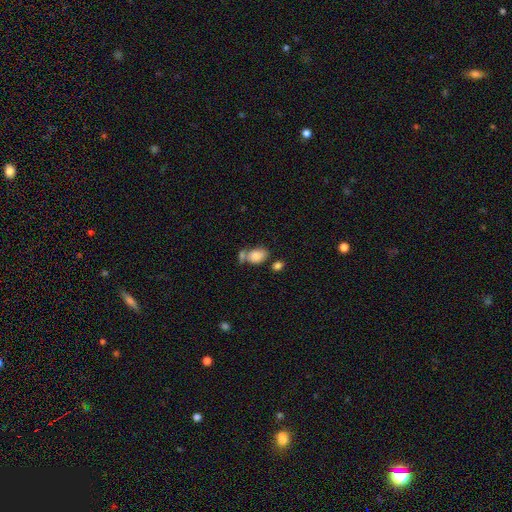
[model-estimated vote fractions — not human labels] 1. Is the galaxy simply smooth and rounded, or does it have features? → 82% smooth, 9% featured or disk, 8% star or artifact.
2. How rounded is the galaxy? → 79% in between, 19% round, 1% cigar-shaped.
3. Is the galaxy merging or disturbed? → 44% none, 32% merger, 17% minor disturbance, 7% major disturbance.